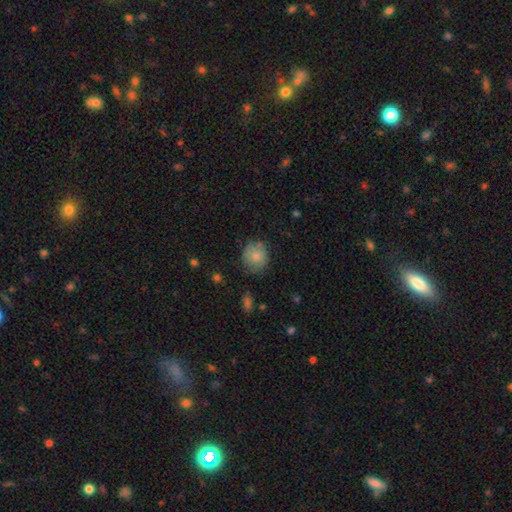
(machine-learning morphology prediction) This appears to be a smooth galaxy with no disk features (79%) that is round (84%). Merging: none (71%).